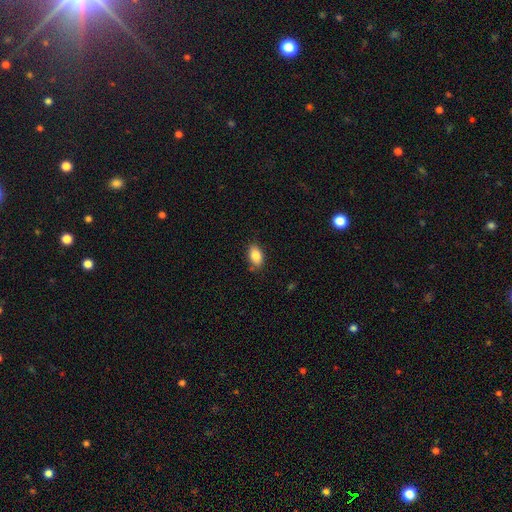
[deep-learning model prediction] Smooth or featured? smooth (86%)
How rounded? in between (90%)
Merging? none (82%)